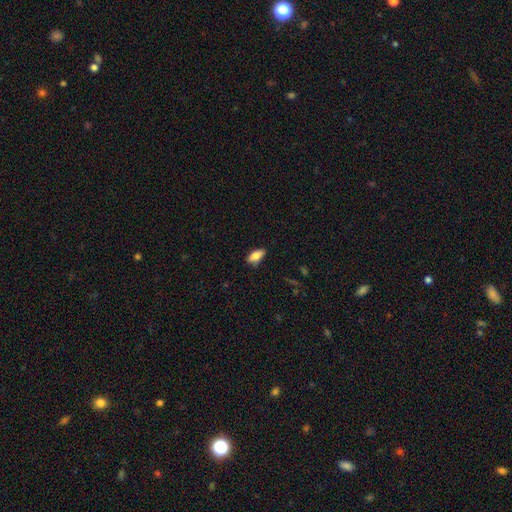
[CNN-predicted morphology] The model was most divided on "smooth or featured": smooth: 75%, featured or disk: 17%, star or artifact: 7%. More confident: how rounded — in between (84%); merging — none (82%).